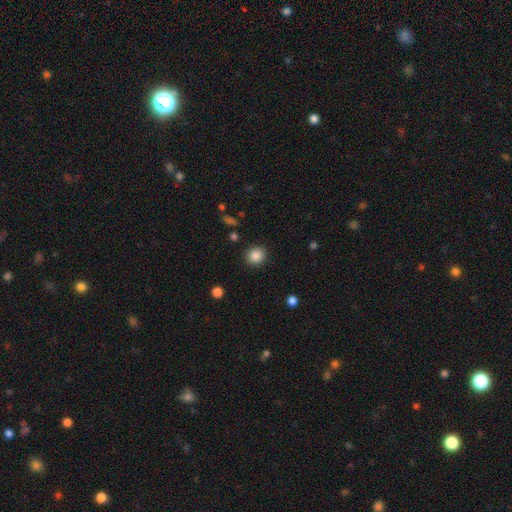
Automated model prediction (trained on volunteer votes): smooth 87%, star or artifact 10%, featured or disk 4%. Down the decision tree: how rounded — round (80%); merging — none (90%).